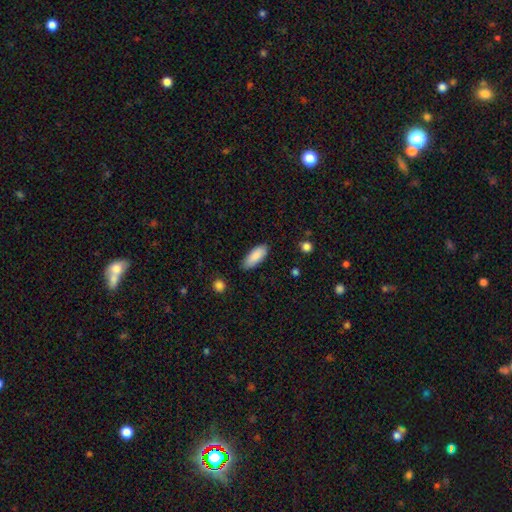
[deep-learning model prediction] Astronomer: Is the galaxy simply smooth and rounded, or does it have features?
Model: smooth — 88%.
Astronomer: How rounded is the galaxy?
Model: in between — 80%.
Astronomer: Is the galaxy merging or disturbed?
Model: none — 84%.